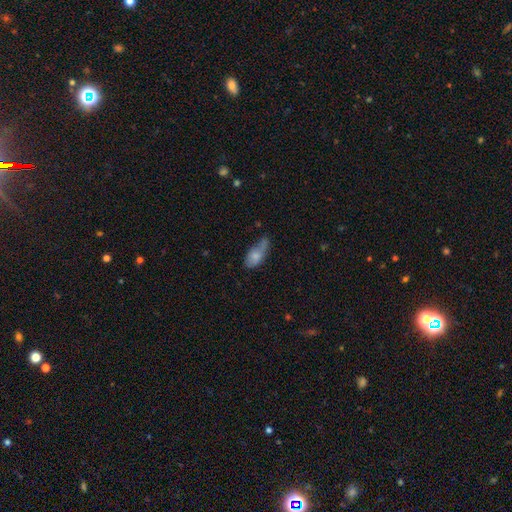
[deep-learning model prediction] Smooth or featured: smooth — 73% (featured or disk — 19%)
How rounded: in between — 86% (cigar-shaped — 10%)
Merging: minor disturbance — 39% (none — 31%)